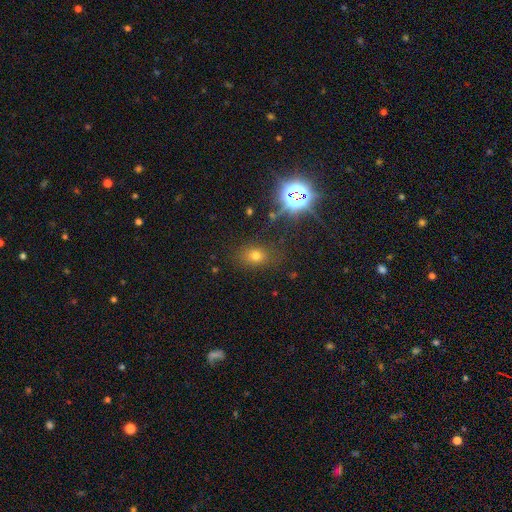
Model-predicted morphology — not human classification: This appears to be a smooth galaxy with no disk features (62%) that is in between round and cigar-shaped (59%). Merging: none (81%).